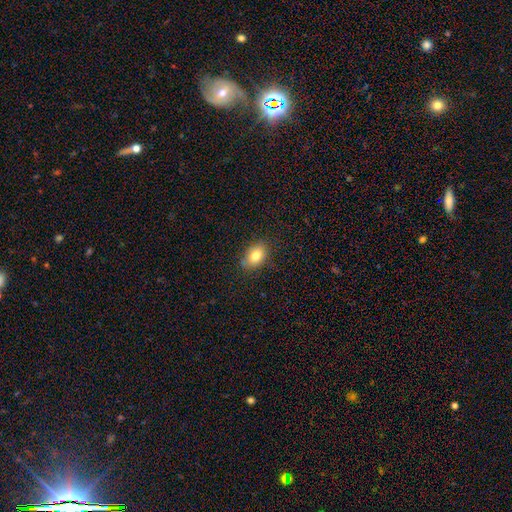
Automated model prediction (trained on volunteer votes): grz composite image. It shows a smooth galaxy with no disk features (79%) that is in between round and cigar-shaped (80%). Merging: none (80%).